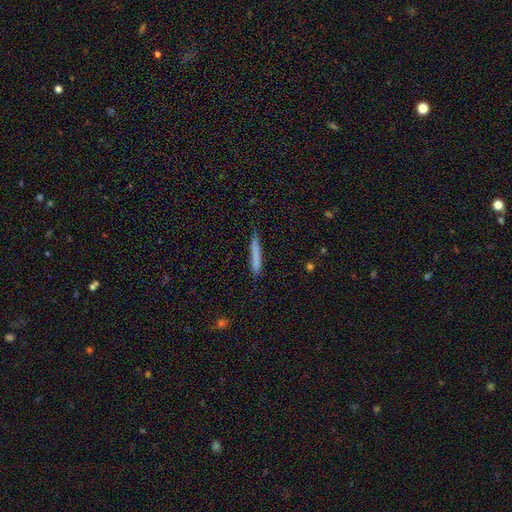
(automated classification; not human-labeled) Smooth or featured? Predicted: smooth (p=0.75). How rounded? Predicted: cigar-shaped (p=0.95). Merging? Predicted: none (p=0.81).